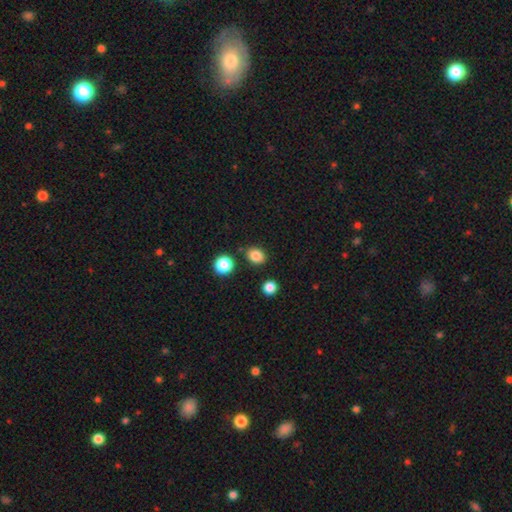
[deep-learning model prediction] The model was most divided on "how rounded": in between: 51%, round: 48%, cigar-shaped: 1%. More confident: smooth or featured — smooth (85%); merging — none (83%).